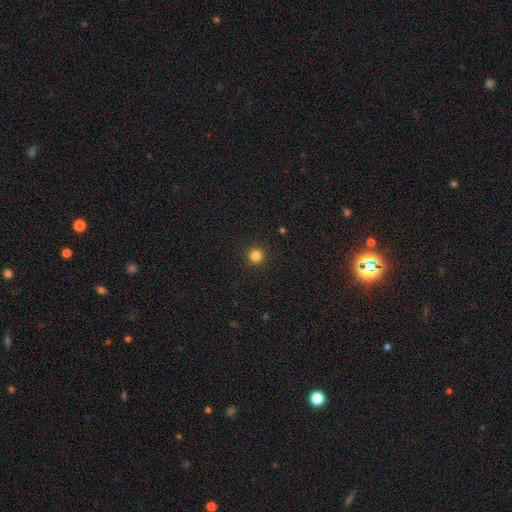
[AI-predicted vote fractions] smooth-or-featured: smooth: 82% | star or artifact: 13% | featured or disk: 4%
  how-rounded: round: 96% | in between: 3% | cigar-shaped: 1%
  merging: none: 93% | minor disturbance: 5% | major disturbance: 2% | merger: 1%